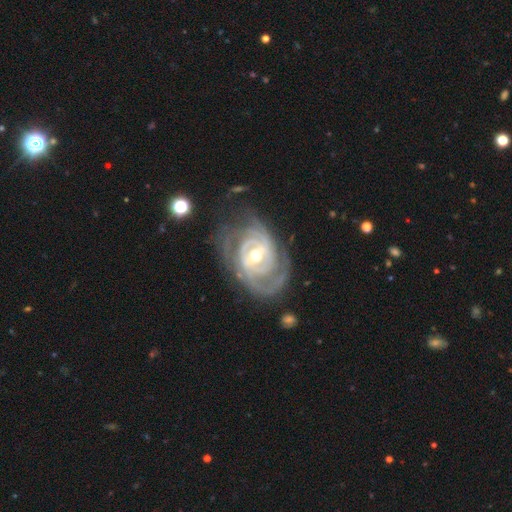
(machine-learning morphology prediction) type=featured or disk (91%); edge-on=no (97%); bar=weak (43%); spiral arms=yes (97%); winding=tight (71%); arm count=2 (31%); bulge=moderate (64%); merging=none (68%).